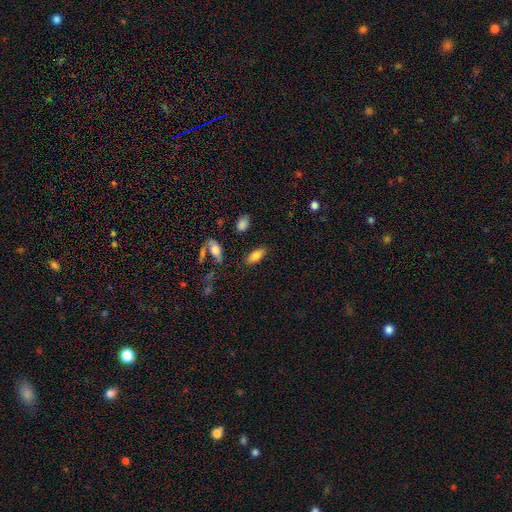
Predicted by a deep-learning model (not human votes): smooth_or_featured: smooth (p=0.81) [alt: featured or disk p=0.11]
how_rounded: in between (p=0.83) [alt: cigar-shaped p=0.14]
merging: none (p=0.83) [alt: minor disturbance p=0.11]